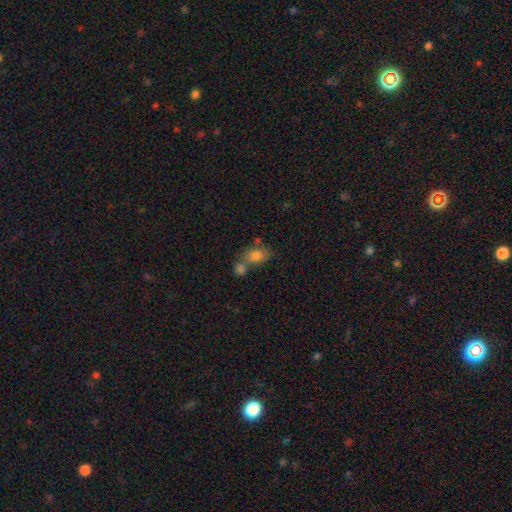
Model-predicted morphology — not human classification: Smooth or featured? smooth (79%)
How rounded? in between (76%)
Merging? merger (41%)